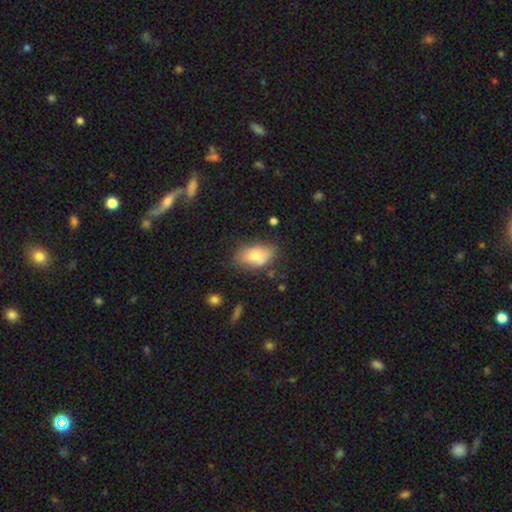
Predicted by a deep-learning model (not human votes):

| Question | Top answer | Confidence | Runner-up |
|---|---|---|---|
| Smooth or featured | smooth | 73% | featured or disk (19%) |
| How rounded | in between | 91% | round (6%) |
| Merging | none | 67% | minor disturbance (22%) |